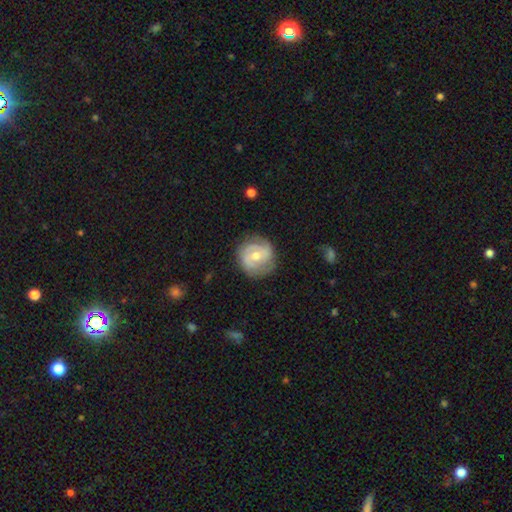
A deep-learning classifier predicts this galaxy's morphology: smooth-or-featured: featured or disk: 70% | smooth: 24% | star or artifact: 6%
  disk-edge-on: no: 97% | yes: 3%
    bar: no: 49% | weak: 39% | strong: 11%
    has-spiral-arms: yes: 87% | no: 13%
      spiral-winding: tight: 49% | medium: 38% | loose: 13%
      spiral-arm-count: 2: 65% | can't tell: 18% | 3: 9% | 1: 4% | 4: 2% | more than 4: 2%
    bulge-size: moderate: 62% | small: 34% | large: 2% | none: 1% | dominant: 1%
  merging: none: 76% | minor disturbance: 17% | major disturbance: 6% | merger: 1%